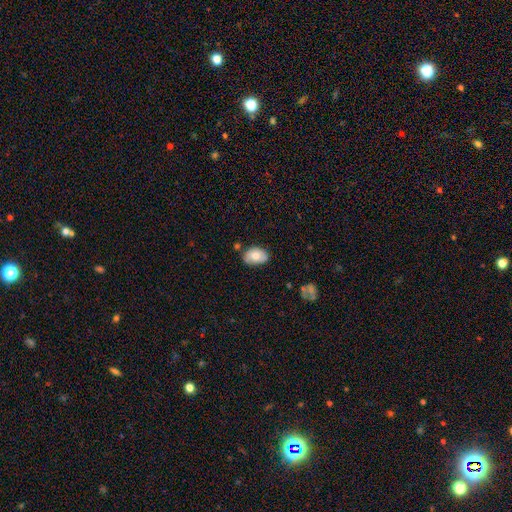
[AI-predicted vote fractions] Smooth or featured? smooth (72%)
How rounded? in between (87%)
Merging? none (65%)